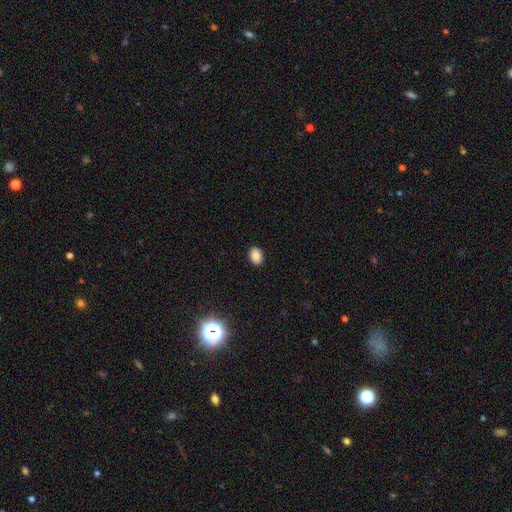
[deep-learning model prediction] A smooth galaxy with no disk features (86%) that is in between round and cigar-shaped (79%). Merging: none (89%).